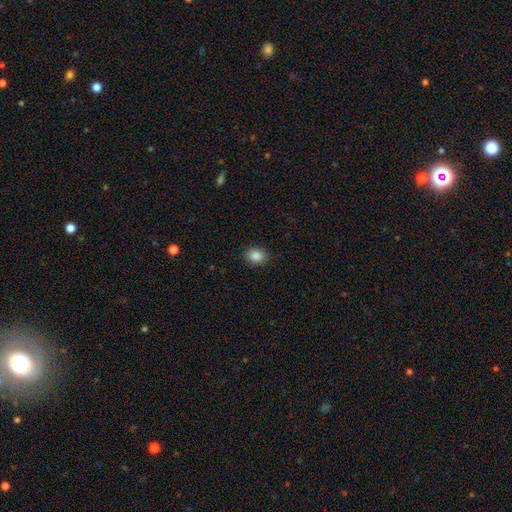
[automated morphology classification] A smooth galaxy with no disk features (86%) that is round (53%).

Vote fractions:
- Smooth or featured? smooth: 86% / star or artifact: 10% / featured or disk: 4%
- How rounded? round: 53% / in between: 47% / cigar-shaped: 1%
- Merging? none: 88% / minor disturbance: 9% / major disturbance: 2% / merger: 1%